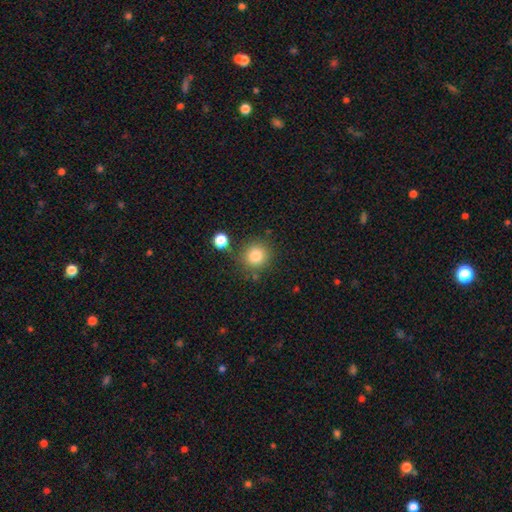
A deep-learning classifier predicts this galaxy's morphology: smooth_or_featured: smooth (p=0.82) [alt: star or artifact p=0.11]
how_rounded: round (p=0.91) [alt: in between p=0.08]
merging: none (p=0.79) [alt: minor disturbance p=0.10]